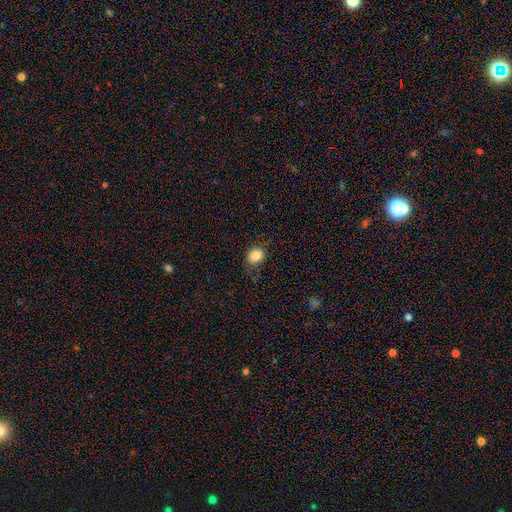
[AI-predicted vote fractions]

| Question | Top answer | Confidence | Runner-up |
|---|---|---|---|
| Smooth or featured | smooth | 84% | star or artifact (10%) |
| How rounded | round | 55% | in between (44%) |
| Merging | none | 74% | minor disturbance (18%) |